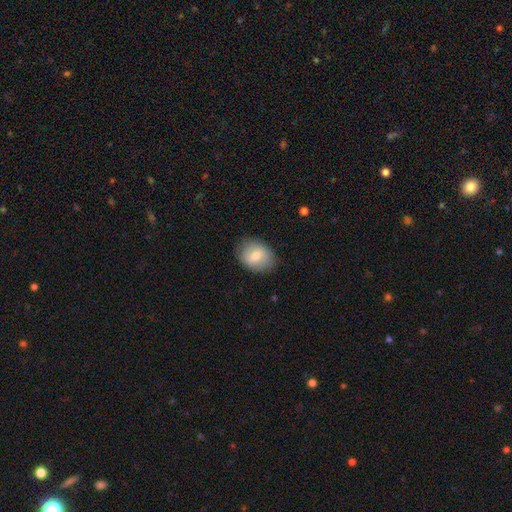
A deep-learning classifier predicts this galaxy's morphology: Smooth or featured: smooth — 69% (featured or disk — 24%)
How rounded: in between — 63% (round — 36%)
Merging: none — 82% (minor disturbance — 14%)